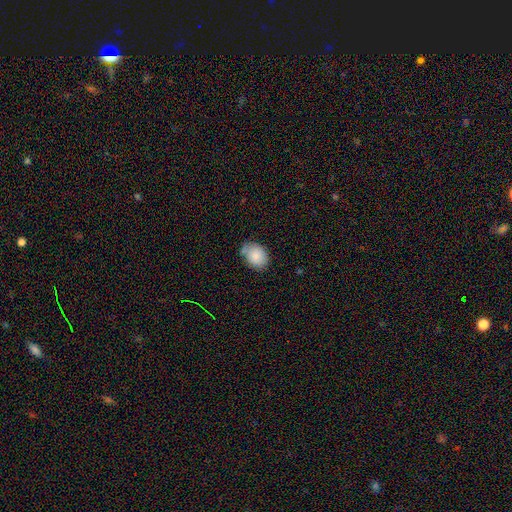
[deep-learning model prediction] Overall: smooth (86%). How rounded: in between (68%; round 31%). Merging: none (65%).